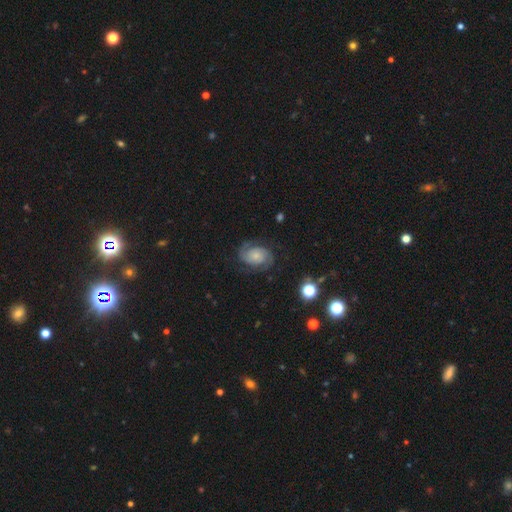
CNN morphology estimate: smooth_or_featured: featured or disk (p=0.84) [alt: smooth p=0.09]
disk_edge_on: no (p=0.98) [alt: yes p=0.02]
bar: no (p=0.72) [alt: weak p=0.22]
has_spiral_arms: yes (p=0.97) [alt: no p=0.03]
spiral_winding: tight (p=0.49) [alt: medium p=0.41]
spiral_arm_count: 2 (p=0.90) [alt: can't tell p=0.04]
bulge_size: small (p=0.59) [alt: moderate p=0.23]
merging: none (p=0.78) [alt: minor disturbance p=0.14]